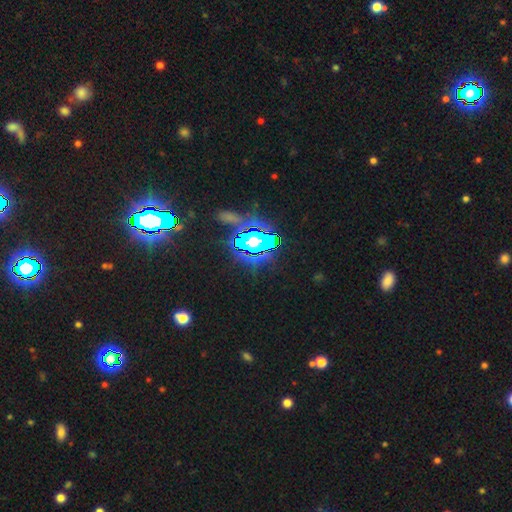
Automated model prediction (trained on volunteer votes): This appears to be a star or artifact, not a galaxy (74%).